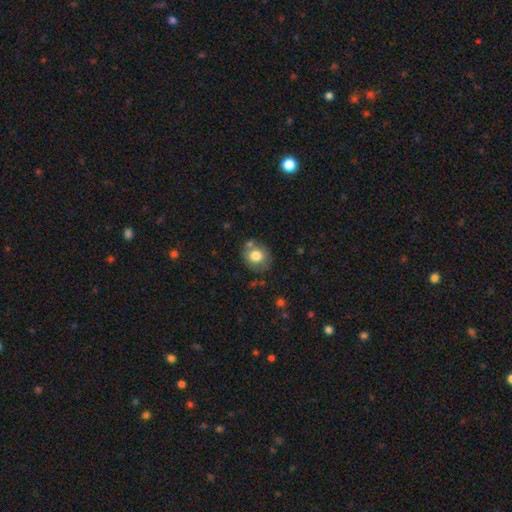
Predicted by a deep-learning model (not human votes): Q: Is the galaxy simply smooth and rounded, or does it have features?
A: smooth — 77%.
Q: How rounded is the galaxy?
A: round — 77%.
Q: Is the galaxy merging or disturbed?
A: none — 69%.